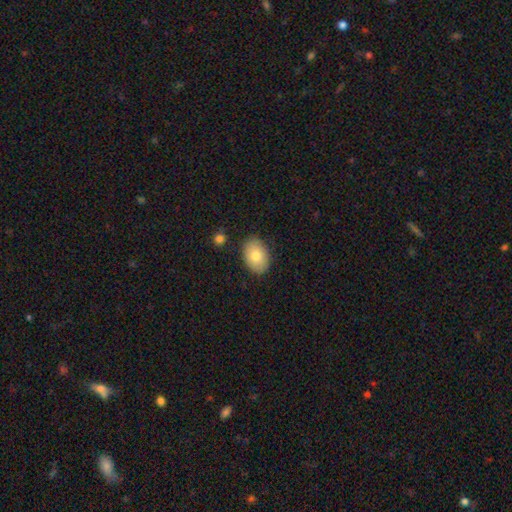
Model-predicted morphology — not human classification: smooth_or_featured: smooth (p=0.79) [alt: featured or disk p=0.14]
how_rounded: in between (p=0.83) [alt: round p=0.16]
merging: none (p=0.85) [alt: minor disturbance p=0.10]